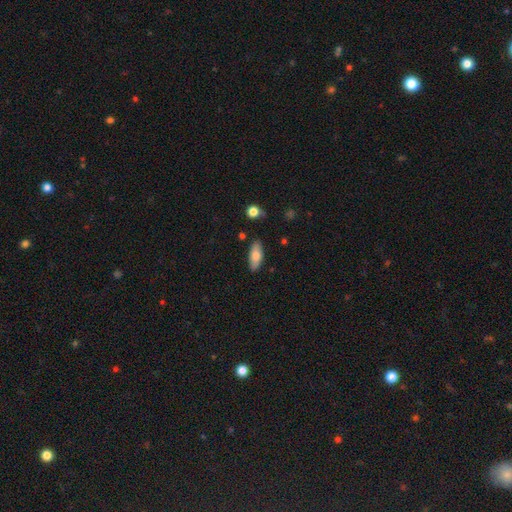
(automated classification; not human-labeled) Morphology: type=smooth (78%); roundness=in between (78%); merging=none (84%).